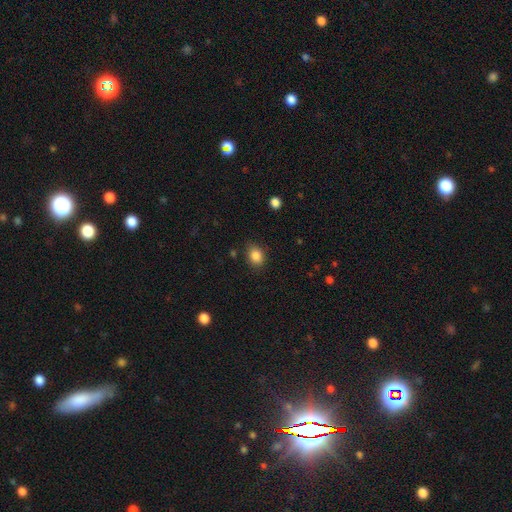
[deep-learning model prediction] Smooth or featured: smooth — 86% (star or artifact — 10%)
How rounded: in between — 56% (round — 43%)
Merging: none — 82% (minor disturbance — 13%)